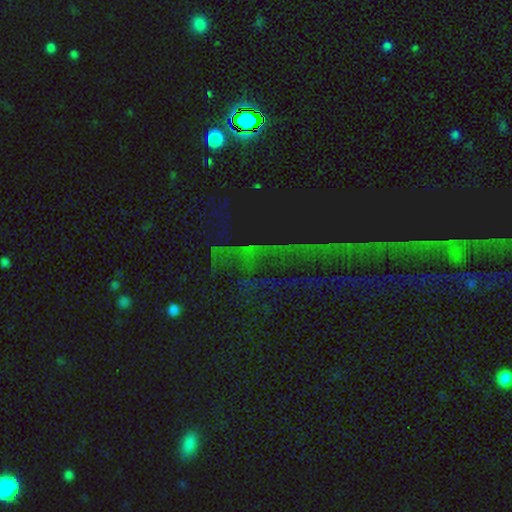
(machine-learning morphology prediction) smooth_or_featured: star or artifact (p=0.83) [alt: smooth p=0.09]